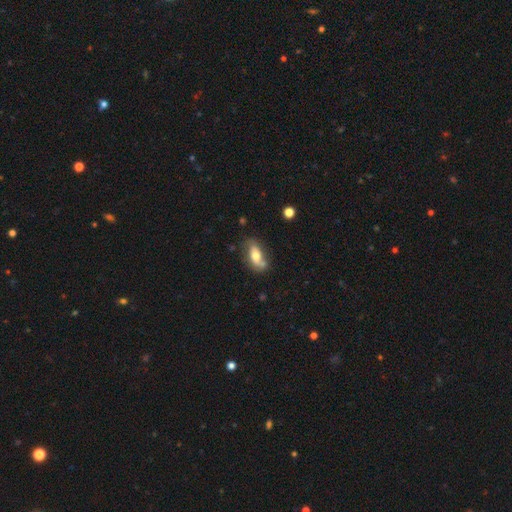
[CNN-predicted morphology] type=smooth (59%); roundness=in between (82%); merging=none (58%).